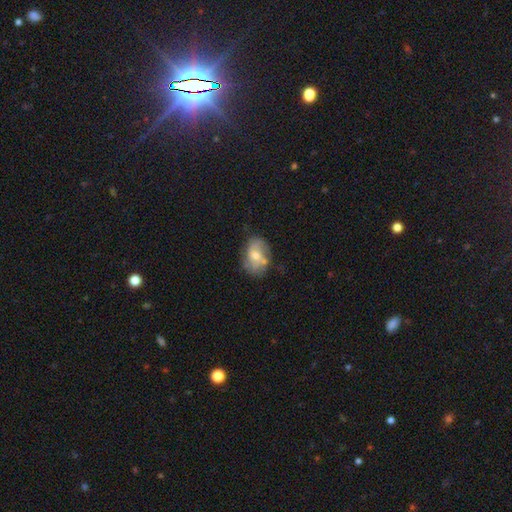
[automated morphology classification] Smooth or featured?
  - featured or disk: 51% *
  - smooth: 40%
  - star or artifact: 9%
Edge-on disk?
  - no: 95% *
  - yes: 5%
Merging?
  - none: 62% *
  - minor disturbance: 24%
  - major disturbance: 9%
  - merger: 5%